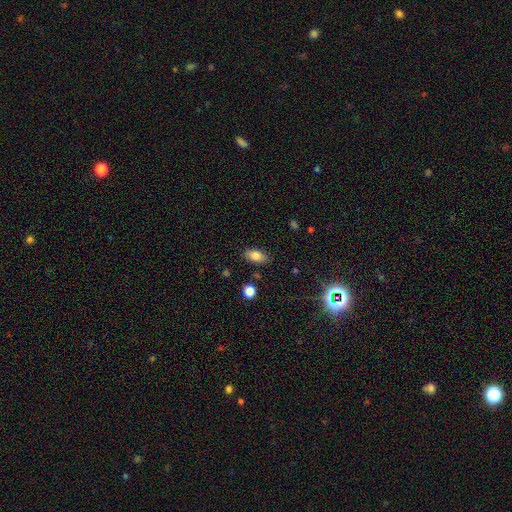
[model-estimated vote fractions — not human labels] A smooth galaxy with no disk features (80%) that is in between round and cigar-shaped (89%).

Vote fractions:
- Smooth or featured? smooth: 80% / featured or disk: 11% / star or artifact: 9%
- How rounded? in between: 89% / round: 6% / cigar-shaped: 5%
- Merging? none: 85% / minor disturbance: 11% / major disturbance: 2% / merger: 2%